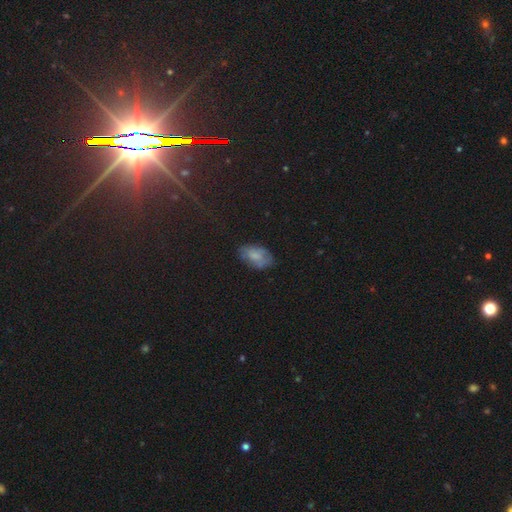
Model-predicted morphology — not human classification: Q: Smooth or featured?
A: smooth (67%); runner-up: featured or disk (21%)
Q: How rounded?
A: in between (92%); runner-up: round (6%)
Q: Merging?
A: none (67%); runner-up: minor disturbance (24%)